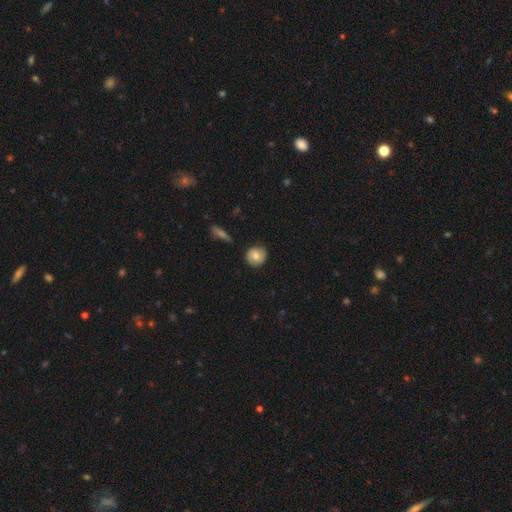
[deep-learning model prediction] Morphology: type=smooth (70%); roundness=round (88%); merging=none (83%).